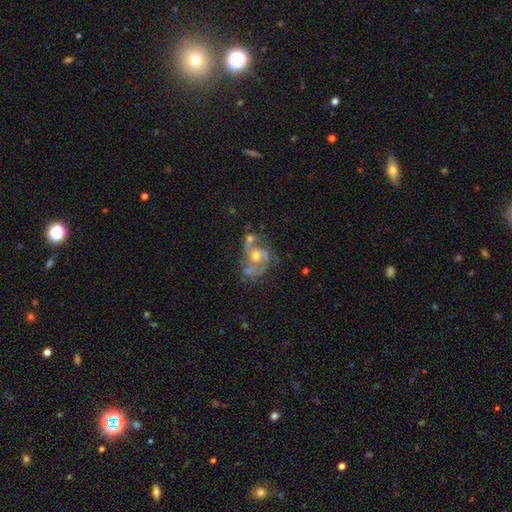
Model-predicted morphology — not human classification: This is clearly a featured or disk galaxy (81%). It is clearly not viewed edge-on (98%). Bar: likely no (73%). Spiral arm pattern: clearly yes (85%). Spiral arm count: possibly 2 (54%). Spiral winding: possibly medium (48%). Central bulge: likely moderate (70%). Merging: marginally none (40%).